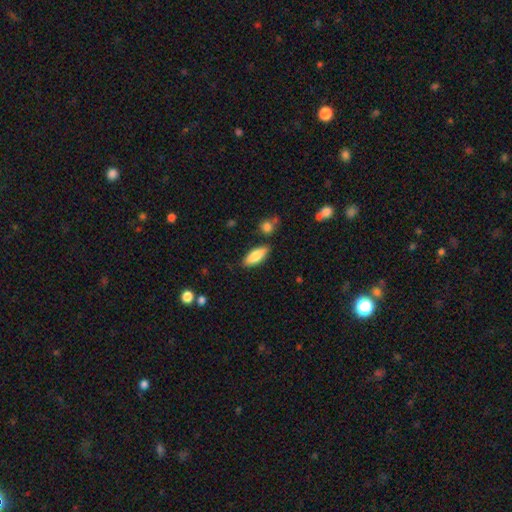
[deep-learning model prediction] smooth 82%, featured or disk 12%, star or artifact 6%. Down the decision tree: how rounded — in between (71%); merging — none (82%).